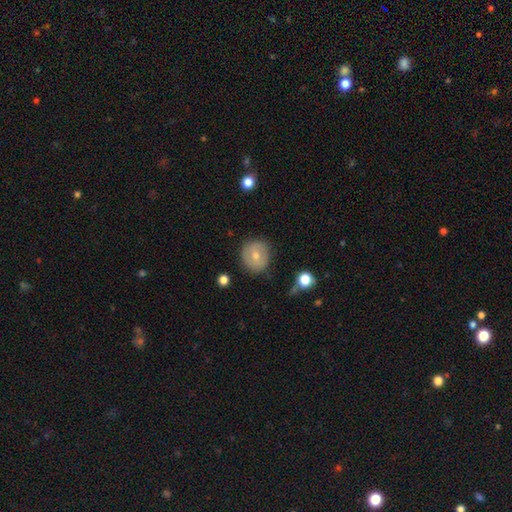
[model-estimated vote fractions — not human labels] Smooth or featured?
  - smooth: 63% *
  - featured or disk: 29%
  - star or artifact: 8%
How rounded?
  - round: 85% *
  - in between: 14%
  - cigar-shaped: 1%
Merging?
  - none: 81% *
  - minor disturbance: 14%
  - major disturbance: 4%
  - merger: 2%